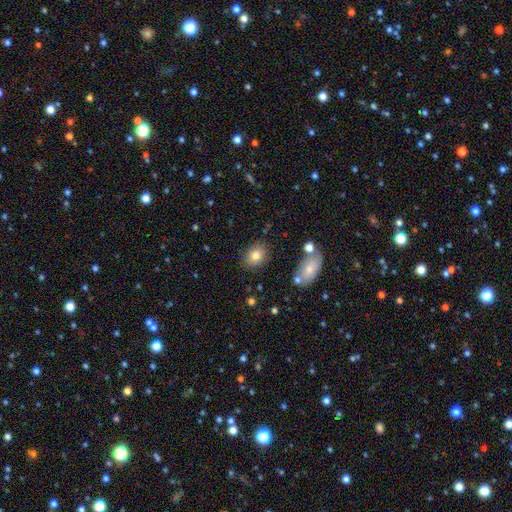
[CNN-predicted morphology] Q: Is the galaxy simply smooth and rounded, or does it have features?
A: smooth — 79%.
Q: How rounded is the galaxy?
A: in between — 65%.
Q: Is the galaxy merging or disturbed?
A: none — 81%.